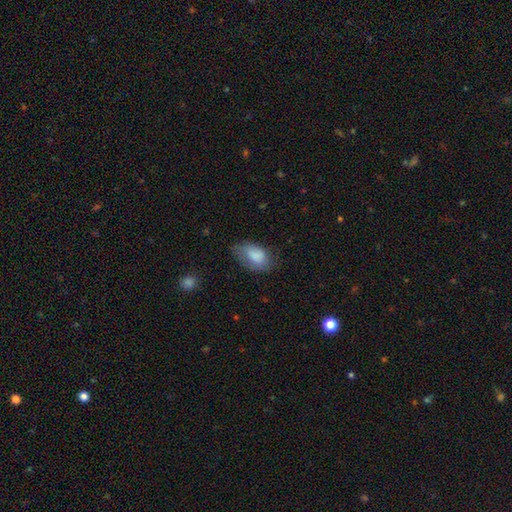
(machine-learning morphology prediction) smooth 80%, featured or disk 13%, star or artifact 7%. Down the decision tree: how rounded — in between (92%); merging — none (53%).